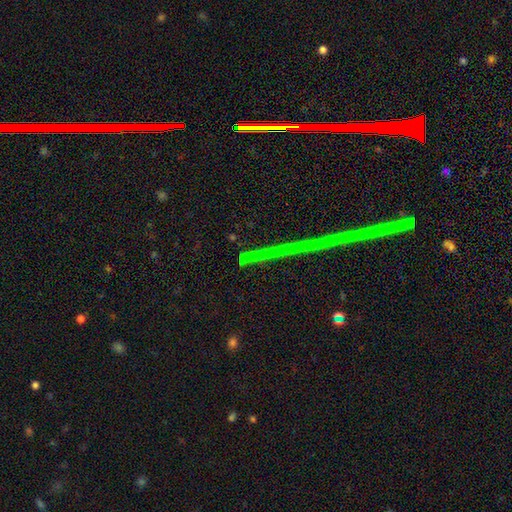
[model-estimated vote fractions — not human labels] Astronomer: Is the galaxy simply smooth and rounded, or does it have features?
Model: star or artifact — 81%.